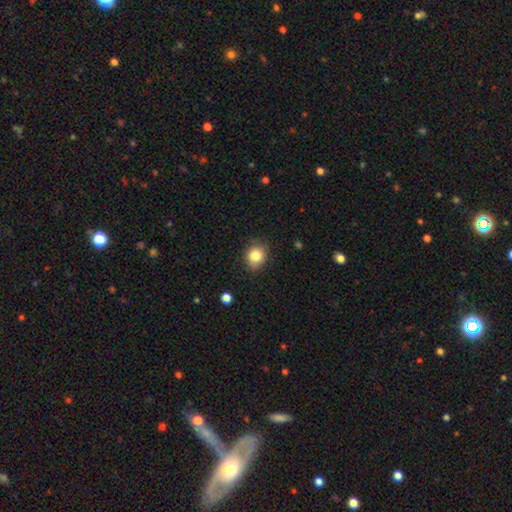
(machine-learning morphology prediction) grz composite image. It shows a smooth galaxy with no disk features (84%) that is round (72%). Merging: none (81%).